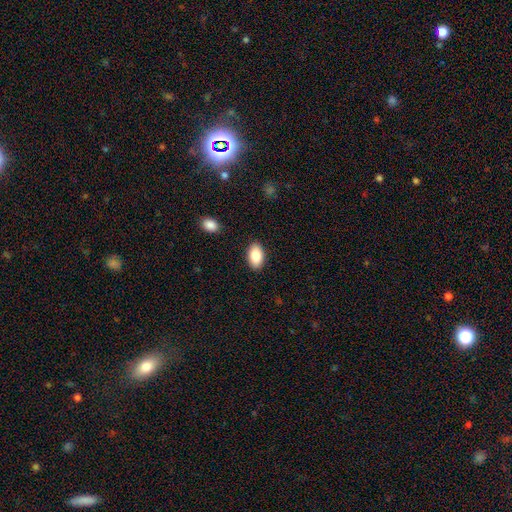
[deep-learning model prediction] This is clearly a smooth galaxy (86%). How rounded: clearly in between (93%). Merging: clearly none (89%).